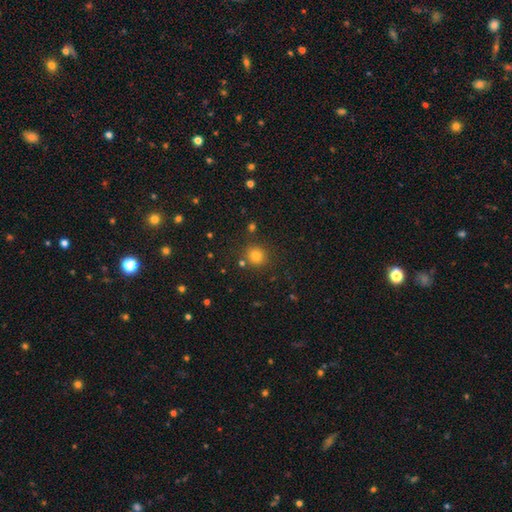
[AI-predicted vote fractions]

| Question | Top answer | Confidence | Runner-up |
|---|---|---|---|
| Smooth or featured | smooth | 79% | star or artifact (15%) |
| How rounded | round | 90% | in between (9%) |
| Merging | none | 84% | minor disturbance (8%) |